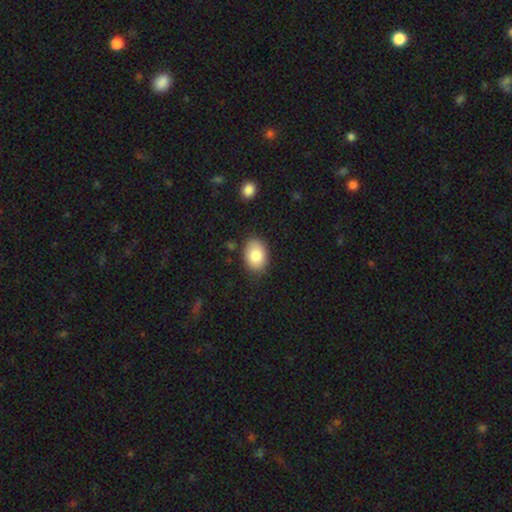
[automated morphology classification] A smooth galaxy with no disk features (84%) that is in between round and cigar-shaped (84%).

Vote fractions:
- Smooth or featured? smooth: 84% / featured or disk: 10% / star or artifact: 7%
- How rounded? in between: 84% / round: 15% / cigar-shaped: 1%
- Merging? none: 82% / minor disturbance: 13% / major disturbance: 3% / merger: 2%